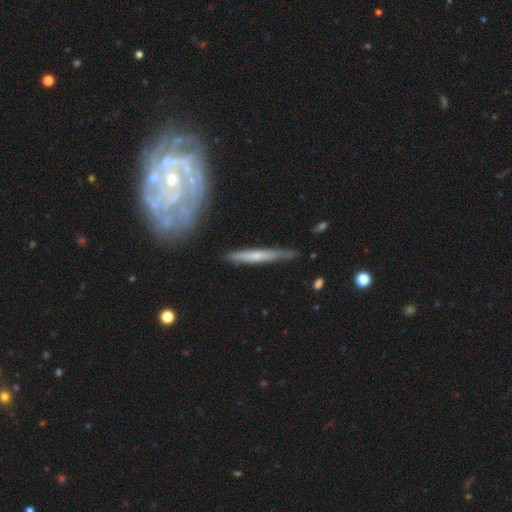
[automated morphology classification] type=featured or disk (53%); edge-on=yes (89%); merging=none (81%).